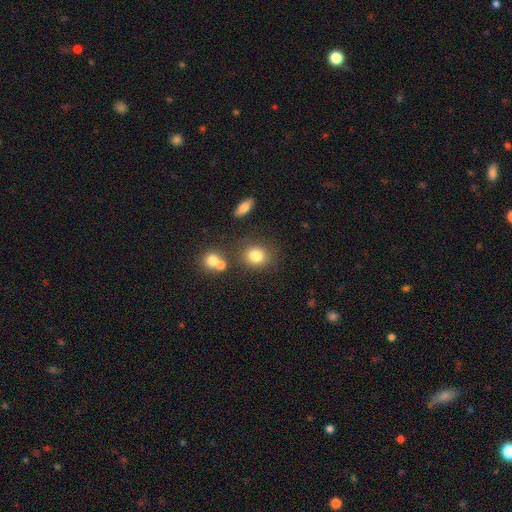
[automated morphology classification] The model was most divided on "how rounded": round: 72%, in between: 27%, cigar-shaped: 1%. More confident: smooth or featured — smooth (81%); merging — none (77%).